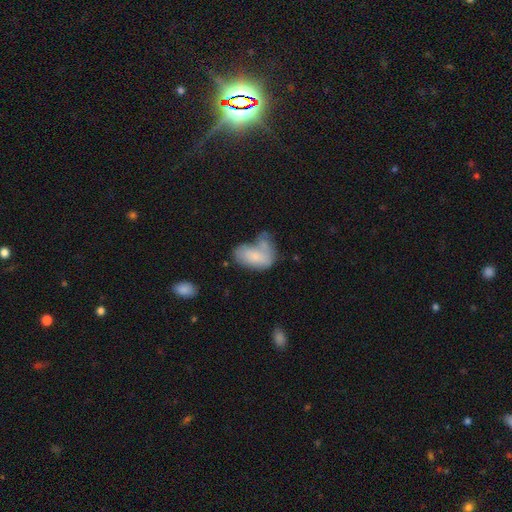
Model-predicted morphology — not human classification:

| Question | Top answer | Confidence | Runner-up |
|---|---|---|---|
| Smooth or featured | smooth | 74% | featured or disk (19%) |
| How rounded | in between | 92% | round (6%) |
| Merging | merger | 33% | none (26%) |